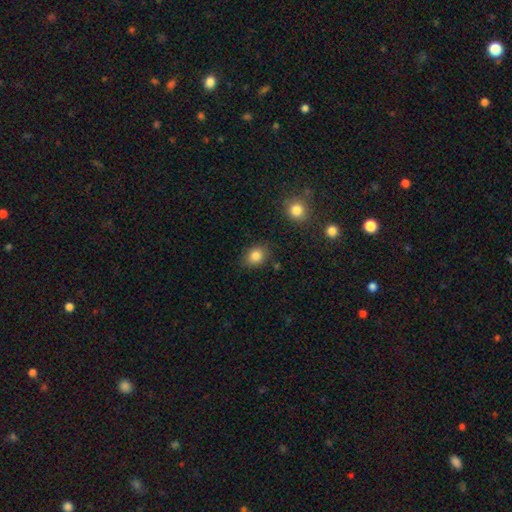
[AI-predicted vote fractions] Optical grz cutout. It shows a smooth galaxy with no disk features (85%) that is in between round and cigar-shaped (54%). Merging: none (80%).